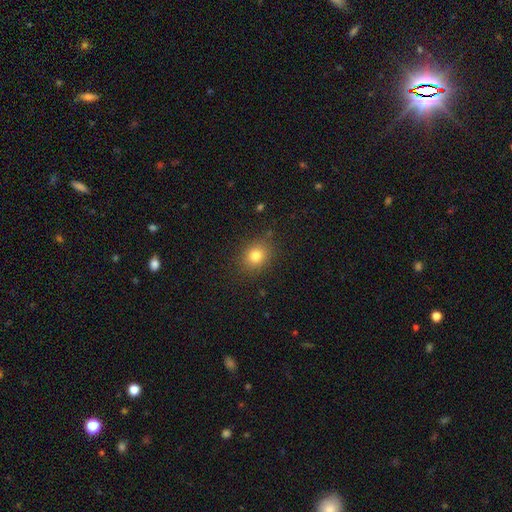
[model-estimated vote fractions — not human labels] smooth-or-featured: smooth: 79% | star or artifact: 13% | featured or disk: 8%
  how-rounded: round: 64% | in between: 35% | cigar-shaped: 1%
  merging: none: 86% | minor disturbance: 9% | major disturbance: 3% | merger: 1%